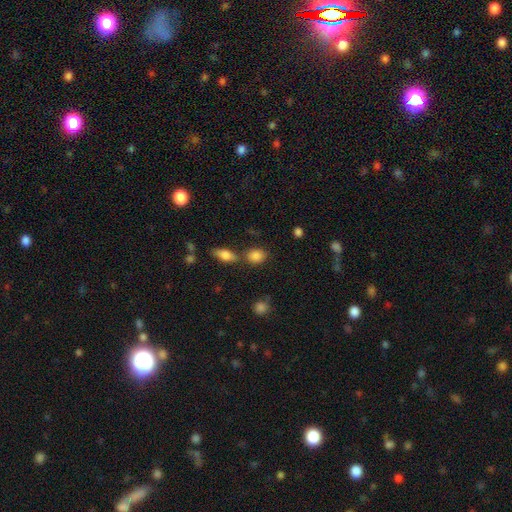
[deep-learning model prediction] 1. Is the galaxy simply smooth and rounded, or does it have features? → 84% smooth, 9% star or artifact, 6% featured or disk.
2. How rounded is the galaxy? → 51% in between, 46% round, 3% cigar-shaped.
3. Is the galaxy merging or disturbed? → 65% none, 18% merger, 13% minor disturbance, 4% major disturbance.